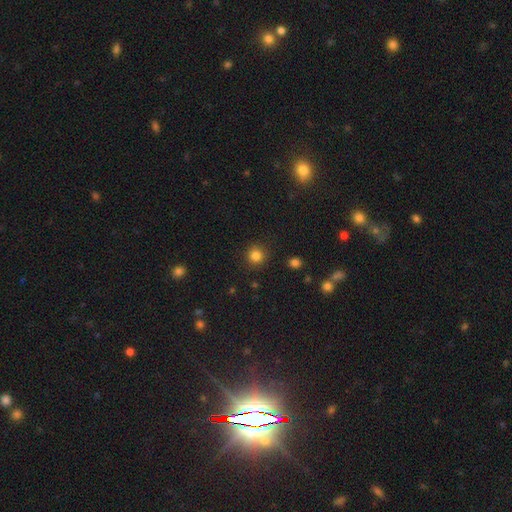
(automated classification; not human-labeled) Smooth or featured?
  - smooth: 83% *
  - star or artifact: 13%
  - featured or disk: 4%
How rounded?
  - round: 93% *
  - in between: 6%
  - cigar-shaped: 1%
Merging?
  - none: 89% *
  - minor disturbance: 7%
  - major disturbance: 2%
  - merger: 1%